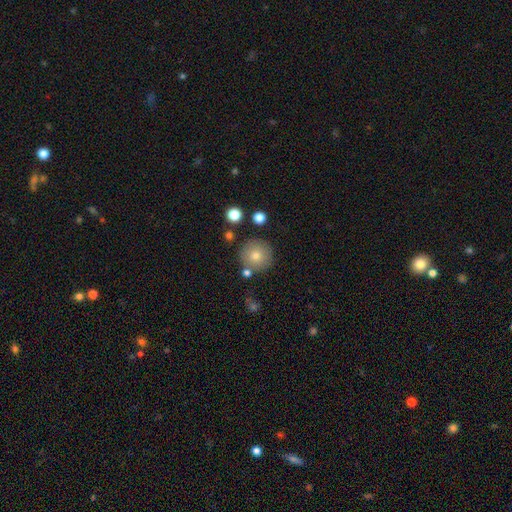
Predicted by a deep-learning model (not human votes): Smooth or featured? Predicted: smooth (p=0.76). How rounded? Predicted: round (p=0.95). Merging? Predicted: none (p=0.83).